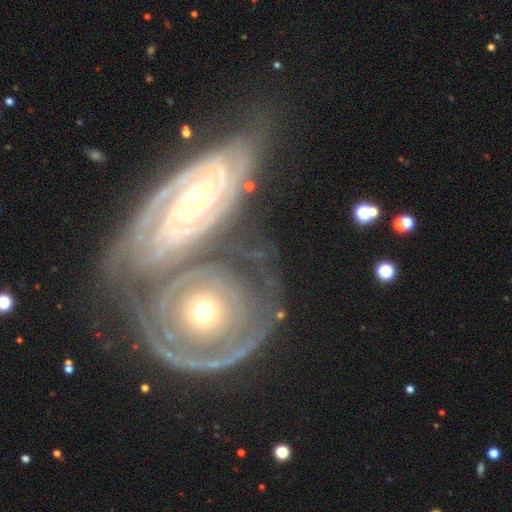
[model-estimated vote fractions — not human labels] A featured or disk galaxy (78%) with no bar (71%), 2 (40%) tight (77%) spiral arms (92%) and a small central bulge (57%).

Vote fractions:
- Smooth or featured? featured or disk: 78% / smooth: 16% / star or artifact: 6%
- Edge-on disk? no: 94% / yes: 6%
- Bar? no: 71% / weak: 18% / strong: 12%
- Spiral arms? yes: 92% / no: 8%
- Spiral winding? tight: 77% / medium: 19% / loose: 4%
- Spiral arm count? 2: 40% / can't tell: 25% / 3: 18% / 4: 7% / more than 4: 5% / 1: 5%
- Bulge size? small: 57% / moderate: 36% / large: 4% / none: 2% / dominant: 2%
- Merging? none: 43% / merger: 35% / minor disturbance: 14% / major disturbance: 7%